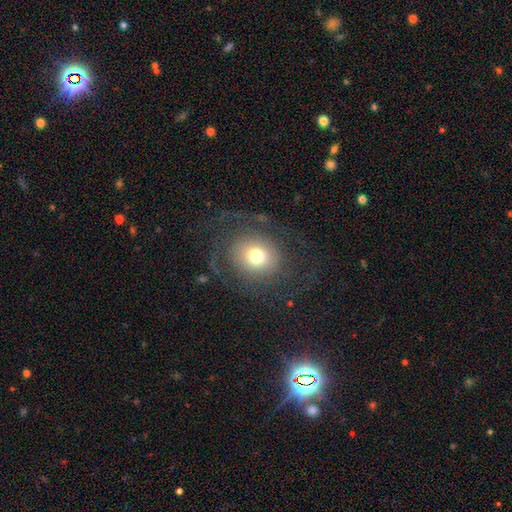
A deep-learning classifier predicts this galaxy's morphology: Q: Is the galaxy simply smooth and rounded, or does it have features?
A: smooth — 53%.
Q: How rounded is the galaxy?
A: round — 81%.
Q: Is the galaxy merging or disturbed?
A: none — 65%.